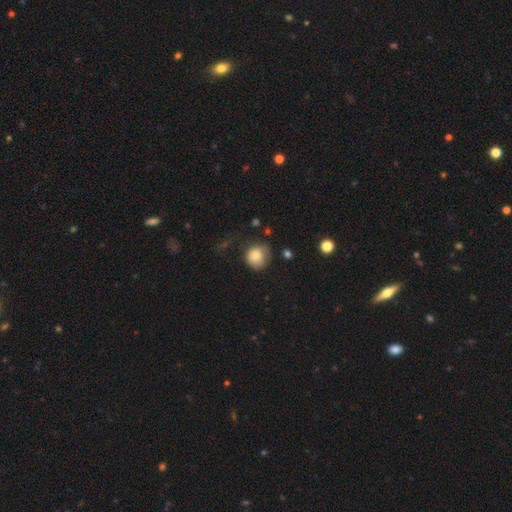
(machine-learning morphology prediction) The model was most divided on "merging": none: 59%, minor disturbance: 27%, major disturbance: 12%, merger: 3%. More confident: how rounded — round (86%); smooth or featured — smooth (83%).